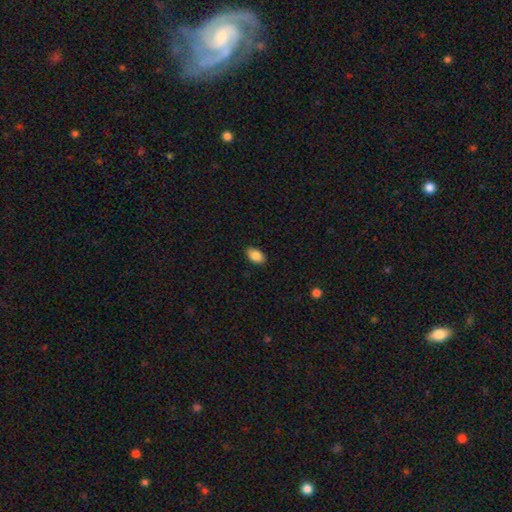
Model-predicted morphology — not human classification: Smooth or featured? smooth (87%)
How rounded? in between (91%)
Merging? none (89%)